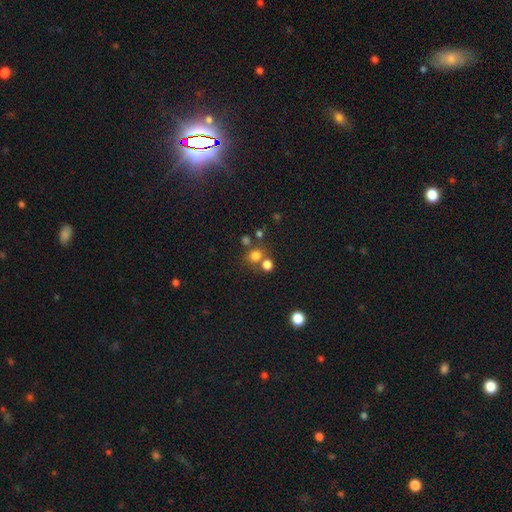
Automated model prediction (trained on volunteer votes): smooth_or_featured: smooth (p=0.73) [alt: star or artifact p=0.19]
how_rounded: round (p=0.87) [alt: in between p=0.12]
merging: none (p=0.63) [alt: merger p=0.26]